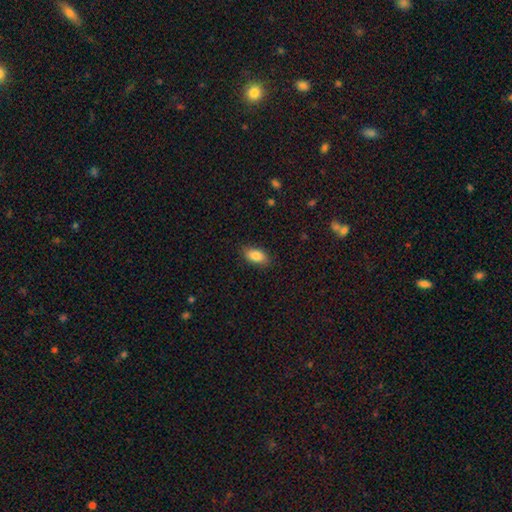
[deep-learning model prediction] Smooth or featured? Predicted: smooth (p=0.86). How rounded? Predicted: in between (p=0.91). Merging? Predicted: none (p=0.84).